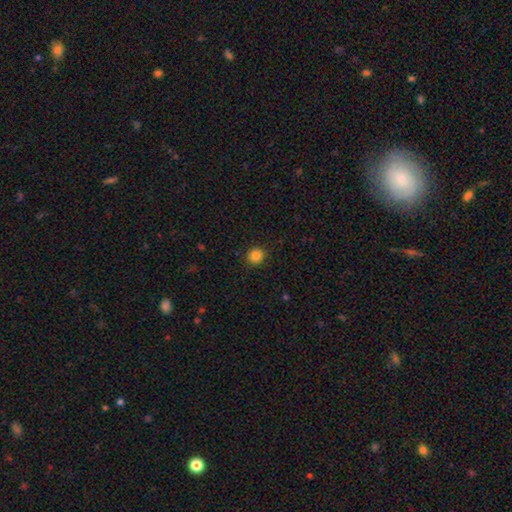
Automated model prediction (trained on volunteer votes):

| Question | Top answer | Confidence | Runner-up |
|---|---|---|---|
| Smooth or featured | smooth | 84% | star or artifact (11%) |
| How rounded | round | 88% | in between (11%) |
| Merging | none | 91% | minor disturbance (6%) |